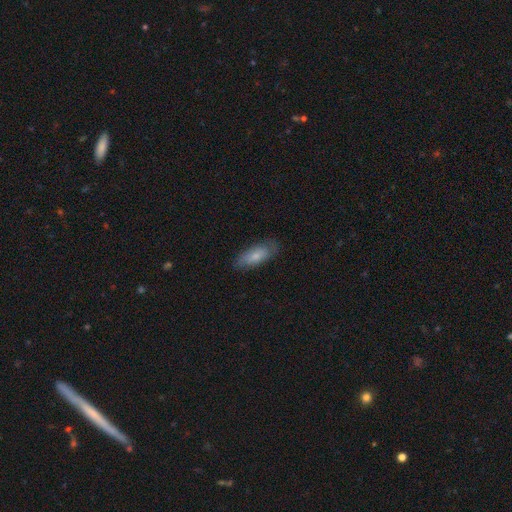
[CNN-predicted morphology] This appears to be a smooth galaxy with no disk features (74%) that is in between round and cigar-shaped (72%). Merging: none (78%).